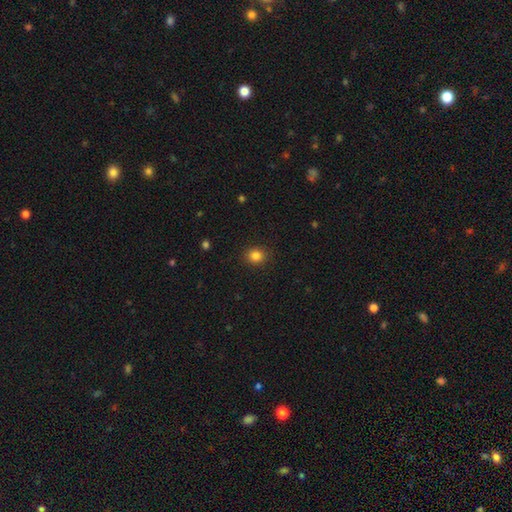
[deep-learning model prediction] Smooth or featured? smooth (83%)
How rounded? round (79%)
Merging? none (90%)